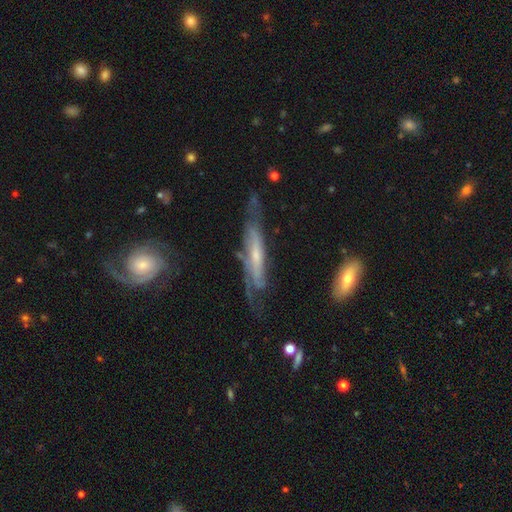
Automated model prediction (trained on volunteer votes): Smooth or featured: featured or disk — 74% (smooth — 19%)
Edge-on disk: no — 56% (yes — 44%)
Merging: none — 57% (minor disturbance — 24%)